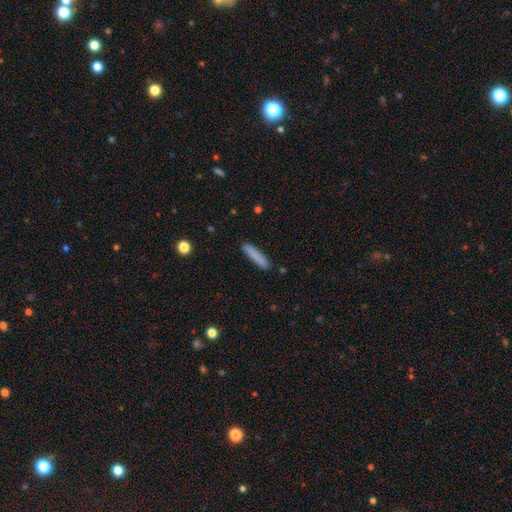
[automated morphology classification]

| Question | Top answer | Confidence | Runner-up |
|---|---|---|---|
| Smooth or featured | smooth | 83% | featured or disk (10%) |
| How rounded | cigar-shaped | 92% | in between (7%) |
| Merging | none | 88% | minor disturbance (9%) |